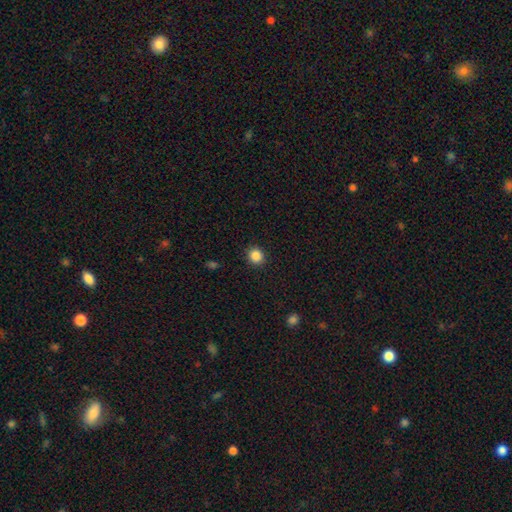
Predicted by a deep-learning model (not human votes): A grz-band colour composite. It shows a smooth galaxy with no disk features (87%) that is round (86%). Merging: none (91%).